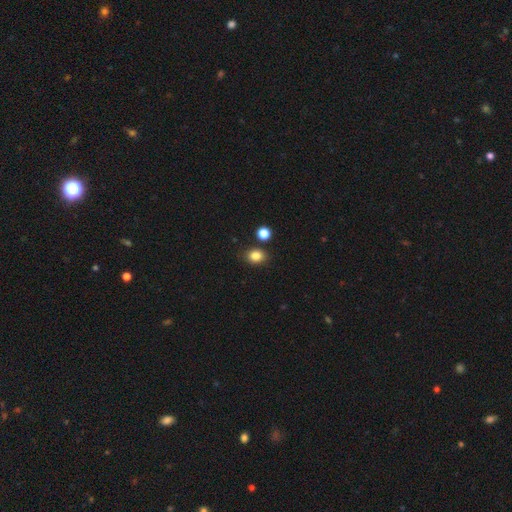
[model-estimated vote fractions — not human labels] Smooth or featured? Predicted: smooth (p=0.83). How rounded? Predicted: round (p=0.53). Merging? Predicted: none (p=0.82).